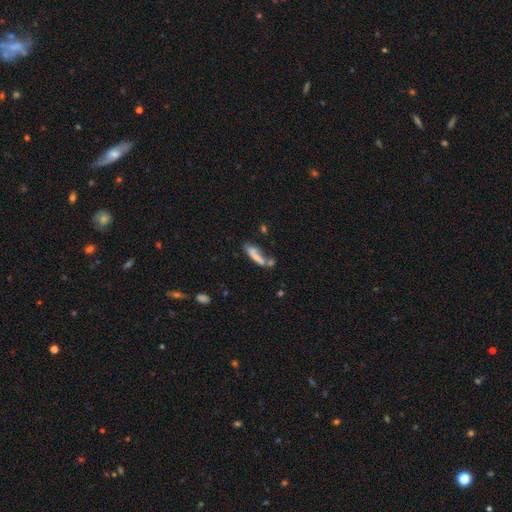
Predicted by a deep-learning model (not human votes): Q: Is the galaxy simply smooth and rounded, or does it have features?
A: smooth — 67%.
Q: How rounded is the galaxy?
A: cigar-shaped — 64%.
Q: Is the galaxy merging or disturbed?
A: merger — 34%.